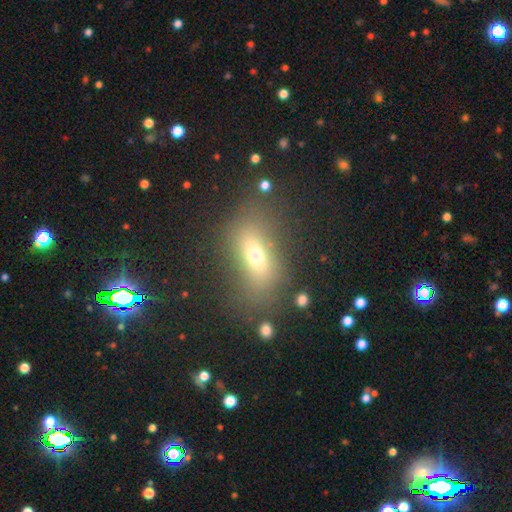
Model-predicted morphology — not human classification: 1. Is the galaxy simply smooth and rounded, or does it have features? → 63% smooth, 22% featured or disk, 15% star or artifact.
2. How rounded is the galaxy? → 74% in between, 16% cigar-shaped, 10% round.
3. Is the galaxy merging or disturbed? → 71% none, 15% minor disturbance, 10% major disturbance, 4% merger.